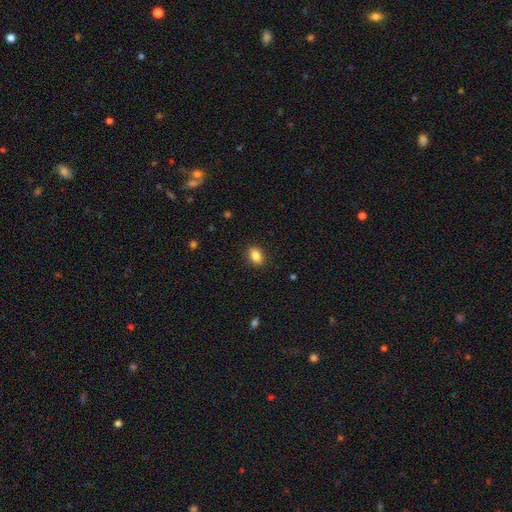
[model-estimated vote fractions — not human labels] Smooth or featured? Predicted: smooth (p=0.86). How rounded? Predicted: in between (p=0.82). Merging? Predicted: none (p=0.89).